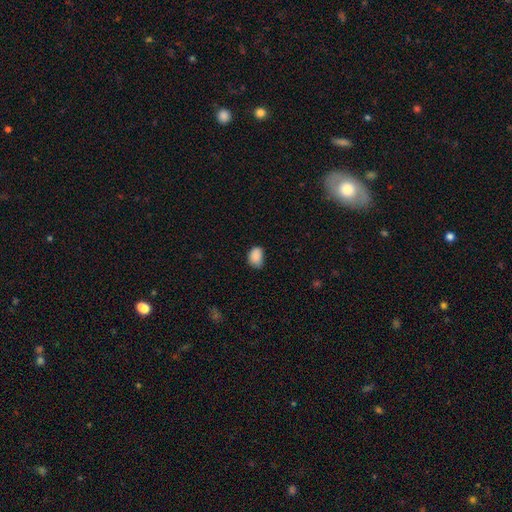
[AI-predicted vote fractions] Smooth or featured? Predicted: smooth (p=0.87). How rounded? Predicted: in between (p=0.70). Merging? Predicted: none (p=0.56).